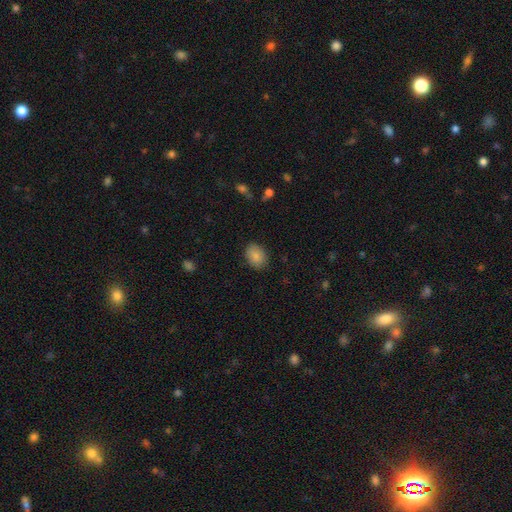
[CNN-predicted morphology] Smooth or featured? Predicted: smooth (p=0.87). How rounded? Predicted: in between (p=0.73). Merging? Predicted: none (p=0.86).